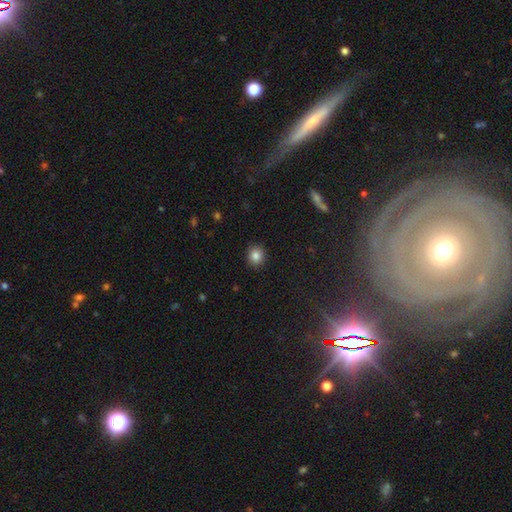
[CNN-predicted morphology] This is clearly a smooth galaxy (84%). How rounded: clearly round (86%). Merging: clearly none (91%).